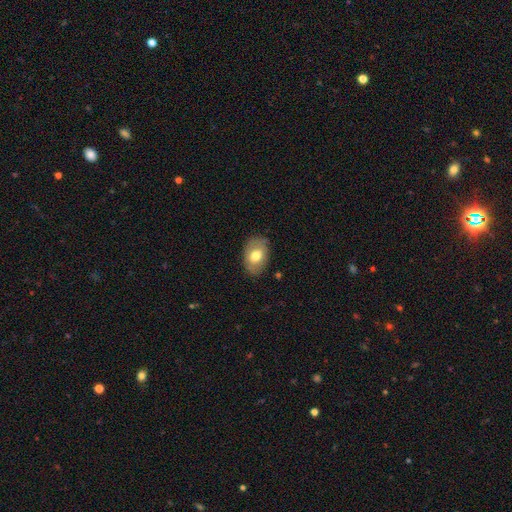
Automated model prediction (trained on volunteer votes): Q: Smooth or featured?
A: smooth (70%); runner-up: featured or disk (23%)
Q: How rounded?
A: in between (82%); runner-up: round (17%)
Q: Merging?
A: none (80%); runner-up: minor disturbance (16%)